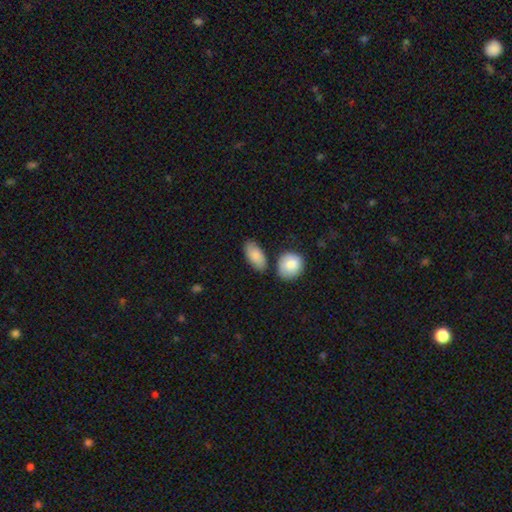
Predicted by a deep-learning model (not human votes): smooth-or-featured: smooth: 84% | featured or disk: 10% | star or artifact: 6%
  how-rounded: in between: 89% | round: 6% | cigar-shaped: 5%
  merging: none: 70% | minor disturbance: 15% | merger: 11% | major disturbance: 4%